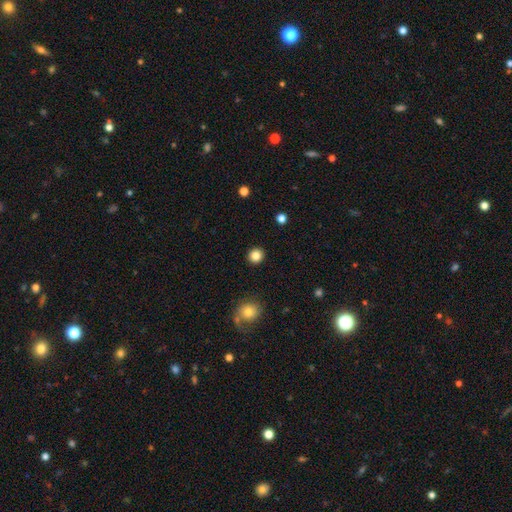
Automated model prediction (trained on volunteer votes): The model was most divided on "smooth or featured": smooth: 85%, star or artifact: 11%, featured or disk: 5%. More confident: how rounded — round (92%); merging — none (92%).